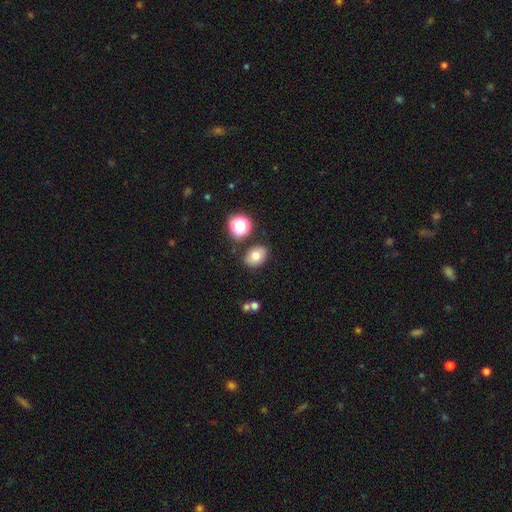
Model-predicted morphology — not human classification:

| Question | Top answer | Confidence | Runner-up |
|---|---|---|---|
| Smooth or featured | smooth | 76% | star or artifact (12%) |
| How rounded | in between | 73% | round (26%) |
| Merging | none | 81% | minor disturbance (11%) |